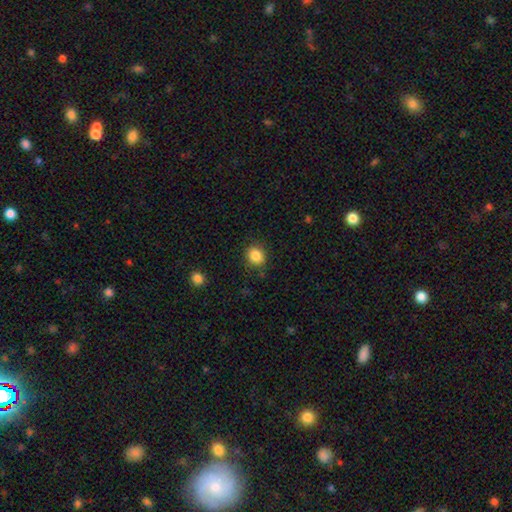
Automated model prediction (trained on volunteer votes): Overall: smooth (86%). How rounded: round (70%). Merging: none (86%).